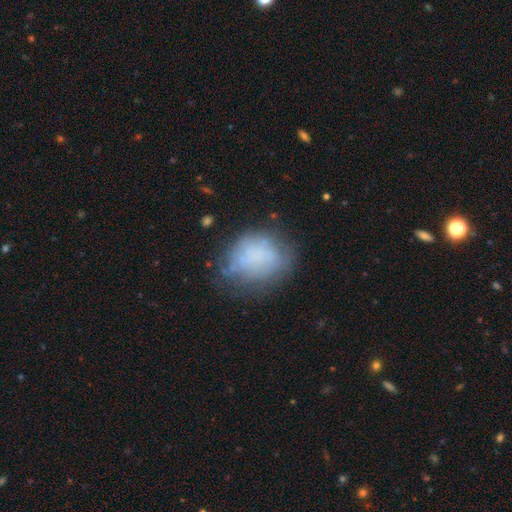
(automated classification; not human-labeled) This is likely a smooth galaxy (64%). How rounded: possibly round (51%). Merging: possibly none (59%).